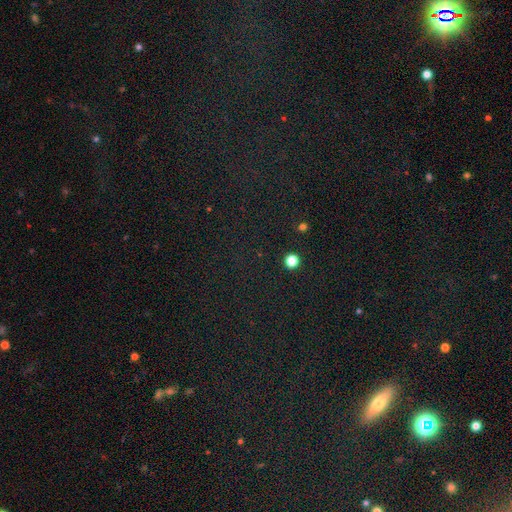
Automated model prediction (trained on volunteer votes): Morphology: type=star or artifact (63%).